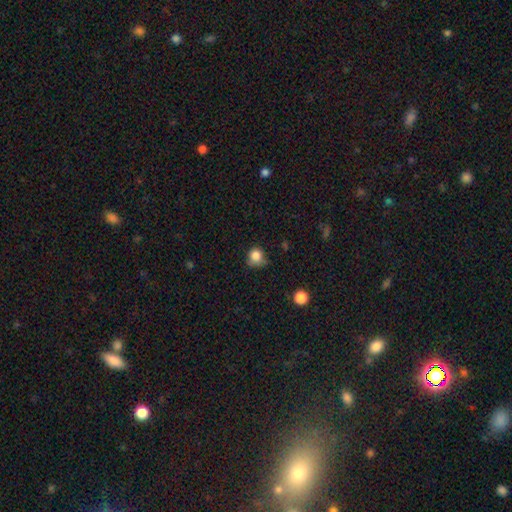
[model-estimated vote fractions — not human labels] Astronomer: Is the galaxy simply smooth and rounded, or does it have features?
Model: smooth — 83%.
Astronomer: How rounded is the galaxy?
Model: round — 84%.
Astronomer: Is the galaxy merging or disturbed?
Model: none — 54% (runner-up: minor disturbance, 34%).